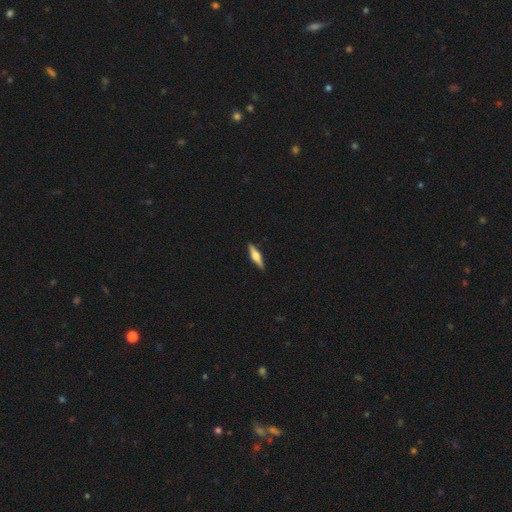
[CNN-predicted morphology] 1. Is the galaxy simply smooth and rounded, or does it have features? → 58% featured or disk, 36% smooth, 5% star or artifact.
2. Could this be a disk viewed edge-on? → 96% yes, 4% no.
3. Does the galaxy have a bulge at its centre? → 90% rounded, 8% boxy, 3% none.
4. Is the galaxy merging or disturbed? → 91% none, 7% minor disturbance, 1% major disturbance, 1% merger.